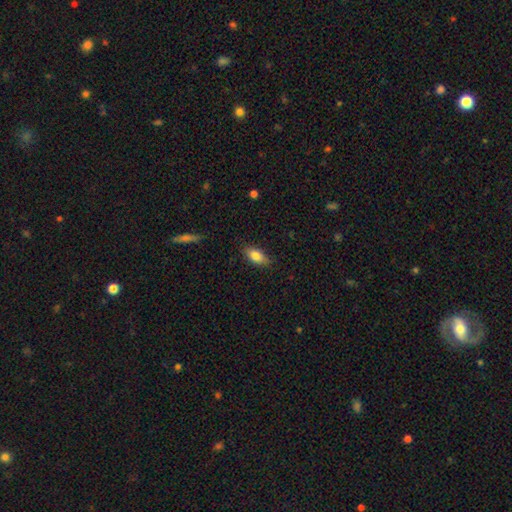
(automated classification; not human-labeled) A smooth galaxy with no disk features (81%) that is in between round and cigar-shaped (86%). Merging: none (82%).